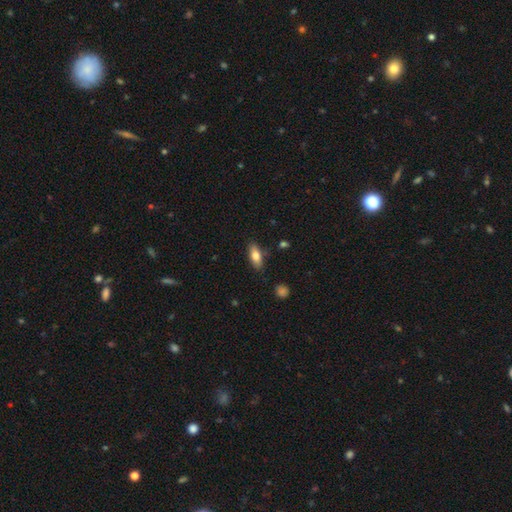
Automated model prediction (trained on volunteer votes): A smooth galaxy with no disk features (76%) that is in between round and cigar-shaped (79%). Merging: none (82%).